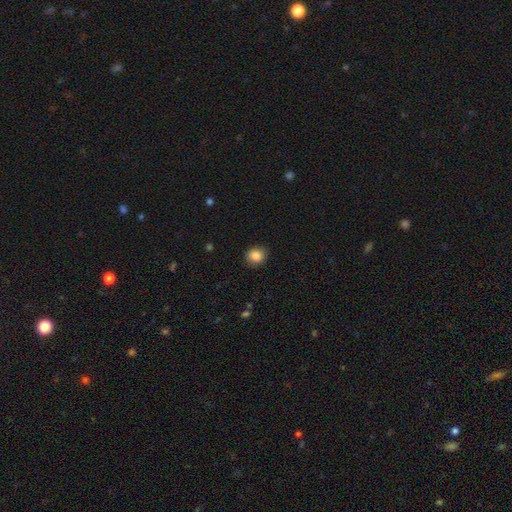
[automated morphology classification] This appears to be a smooth galaxy with no disk features (86%) that is round (72%). Merging: none (88%).